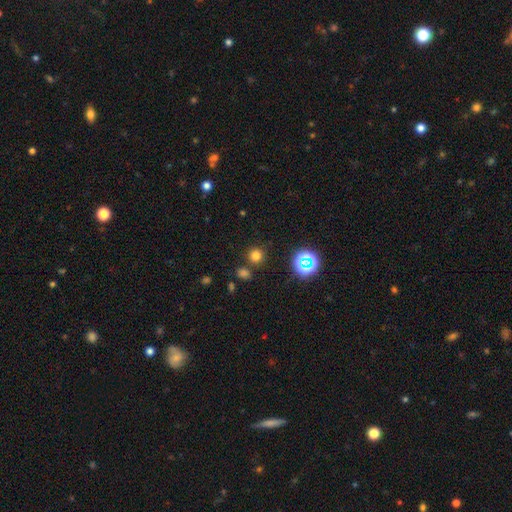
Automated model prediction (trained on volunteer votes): This is likely a smooth galaxy (72%). How rounded: clearly round (92%). Merging: clearly none (81%).